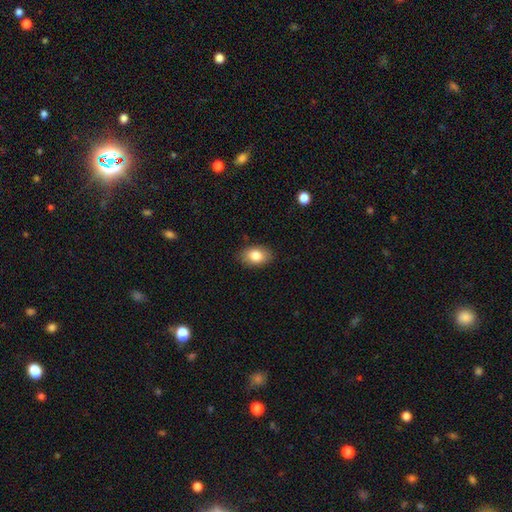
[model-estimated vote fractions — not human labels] smooth-or-featured: smooth: 82% | featured or disk: 10% | star or artifact: 8%
  how-rounded: in between: 85% | round: 13% | cigar-shaped: 1%
  merging: none: 86% | minor disturbance: 11% | major disturbance: 2% | merger: 1%